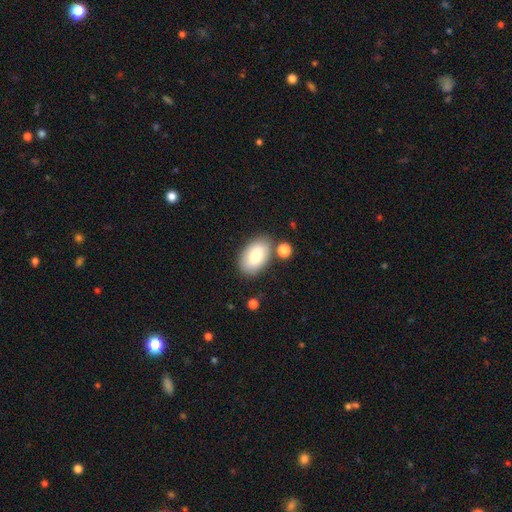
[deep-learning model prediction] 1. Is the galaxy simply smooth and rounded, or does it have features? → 79% smooth, 14% featured or disk, 7% star or artifact.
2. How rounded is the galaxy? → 93% in between, 5% round, 1% cigar-shaped.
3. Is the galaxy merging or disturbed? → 77% none, 12% minor disturbance, 8% merger, 3% major disturbance.